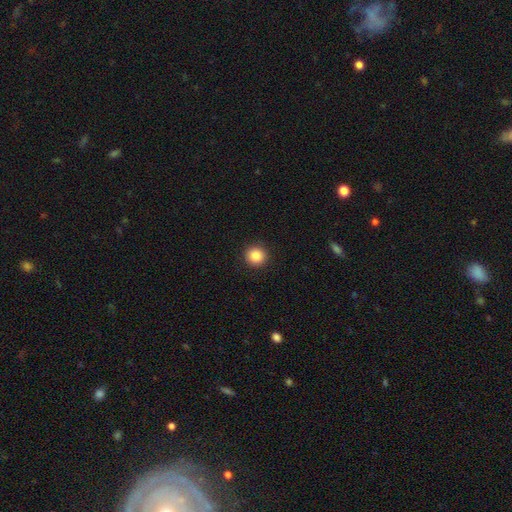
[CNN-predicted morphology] type=smooth (87%); roundness=round (94%); merging=none (93%).